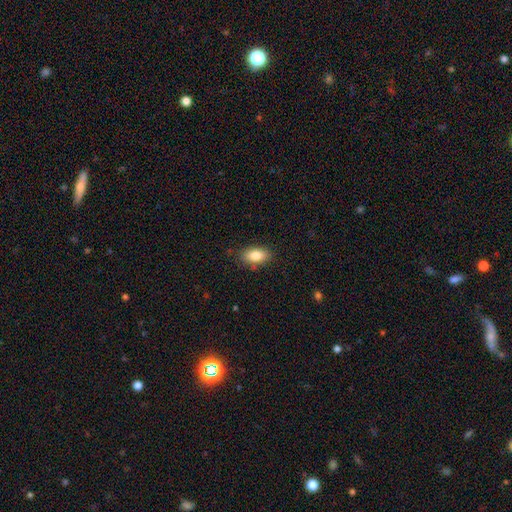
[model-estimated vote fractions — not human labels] Smooth or featured? Predicted: smooth (p=0.84). How rounded? Predicted: in between (p=0.90). Merging? Predicted: none (p=0.83).